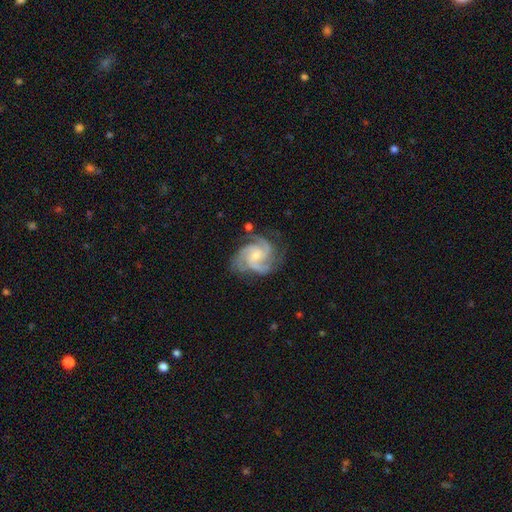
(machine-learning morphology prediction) featured or disk 91%, star or artifact 4%, smooth 4%. Down the decision tree: edge-on disk — no (98%); bar — no (59%); spiral arms — yes (99%); spiral arm count — 3 (62%); spiral winding — tight (49%); bulge size — small (55%); merging — none (73%).